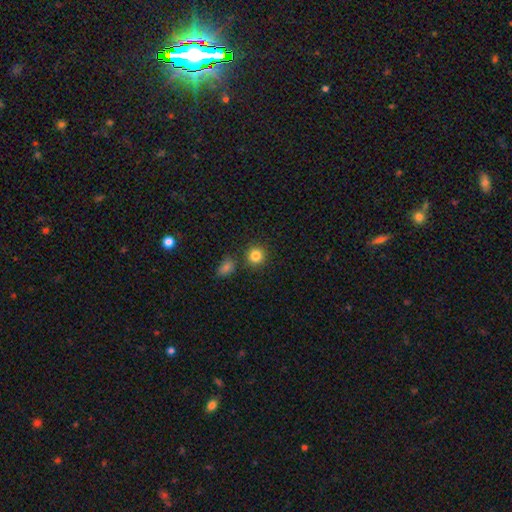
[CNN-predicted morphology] type=smooth (85%); roundness=round (90%); merging=none (84%).